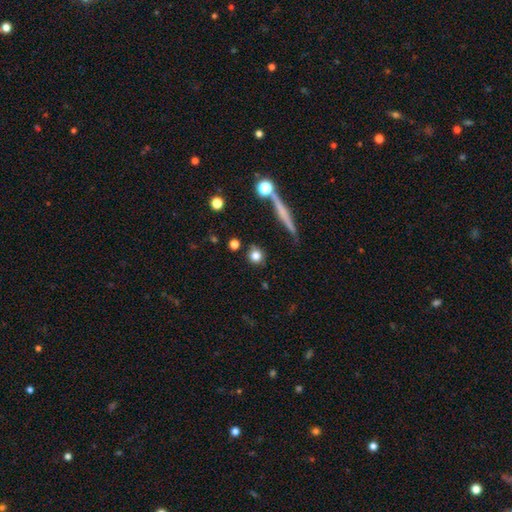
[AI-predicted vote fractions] This appears to be a smooth galaxy with no disk features (77%) that is round (89%). Merging: none (83%).